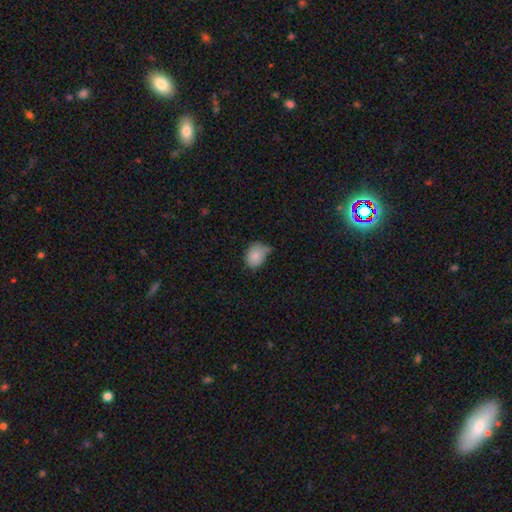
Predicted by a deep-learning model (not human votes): Overall: smooth (84%). How rounded: in between (53%; round 46%). Merging: minor disturbance (45%; none 40%).